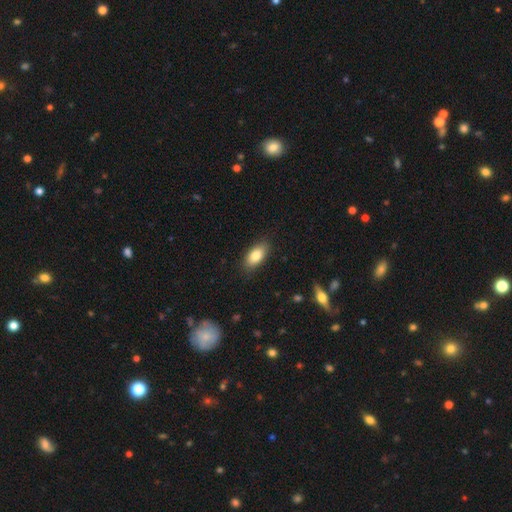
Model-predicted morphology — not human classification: type=smooth (83%); roundness=in between (90%); merging=none (85%).